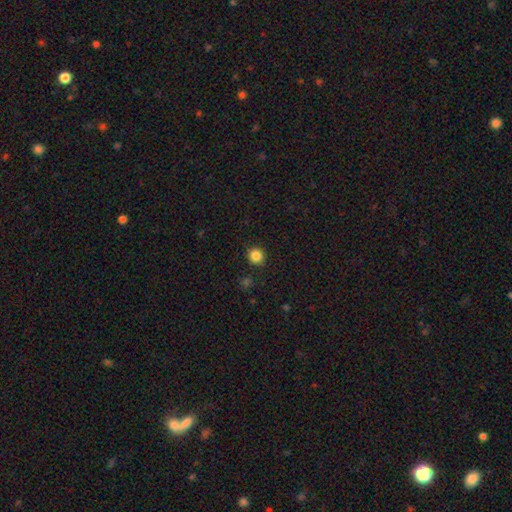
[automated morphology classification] smooth_or_featured: smooth (p=0.85) [alt: star or artifact p=0.11]
how_rounded: round (p=0.87) [alt: in between p=0.12]
merging: none (p=0.89) [alt: minor disturbance p=0.07]